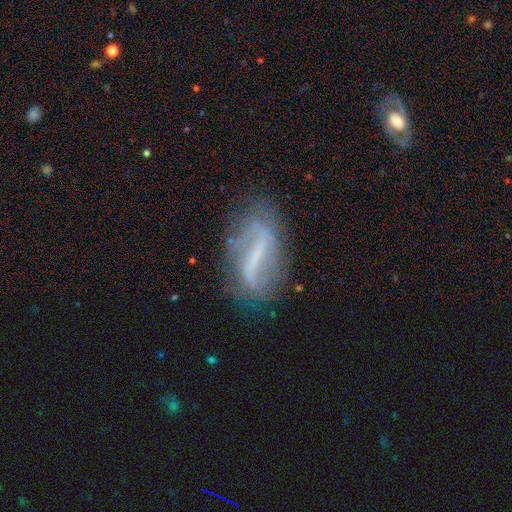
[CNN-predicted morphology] Overall: featured or disk (71%). Edge-on disk: no (88%). Bar: strong (66%). Spiral arms: yes (66%; no 34%). Bulge size: none (53%; small 31%). Merging: none (69%).